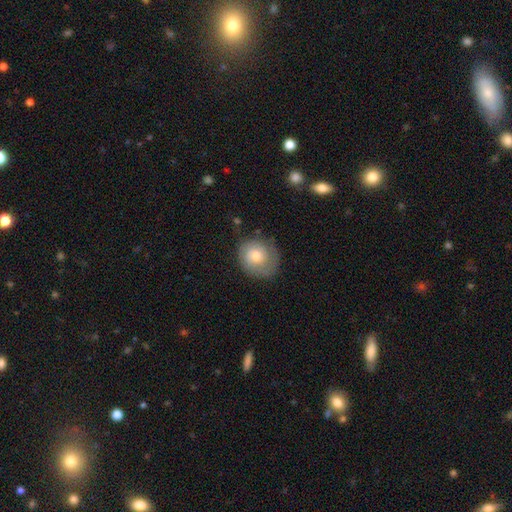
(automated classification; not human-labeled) Smooth or featured?
  - smooth: 58% *
  - featured or disk: 34%
  - star or artifact: 8%
How rounded?
  - round: 79% *
  - in between: 20%
  - cigar-shaped: 1%
Merging?
  - none: 71% *
  - minor disturbance: 20%
  - major disturbance: 7%
  - merger: 2%